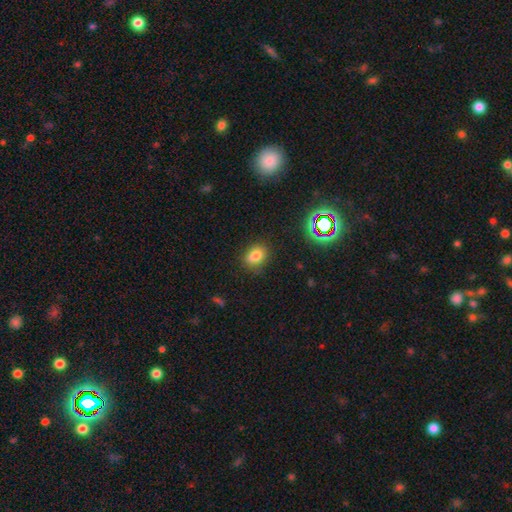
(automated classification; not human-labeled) smooth_or_featured: smooth (p=0.79) [alt: star or artifact p=0.13]
how_rounded: in between (p=0.60) [alt: round p=0.38]
merging: none (p=0.82) [alt: minor disturbance p=0.13]